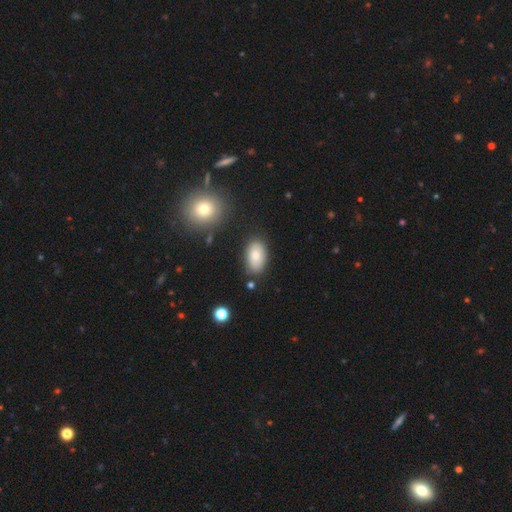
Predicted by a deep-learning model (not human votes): A smooth galaxy with no disk features (82%) that is in between round and cigar-shaped (93%).

Vote fractions:
- Smooth or featured? smooth: 82% / featured or disk: 10% / star or artifact: 8%
- How rounded? in between: 93% / round: 6% / cigar-shaped: 2%
- Merging? none: 80% / minor disturbance: 13% / merger: 3% / major disturbance: 3%